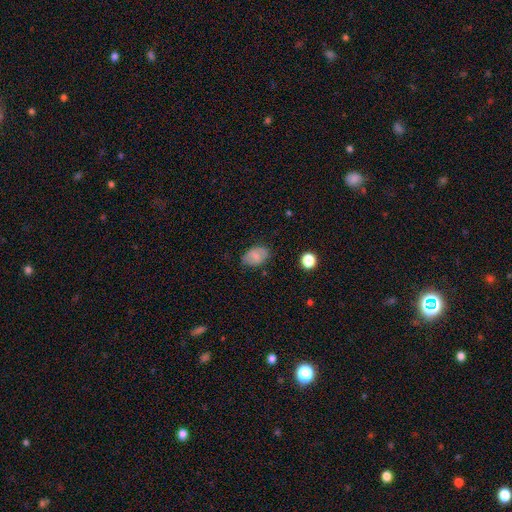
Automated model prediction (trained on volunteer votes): Morphology: type=smooth (73%); roundness=in between (83%); merging=none (74%).